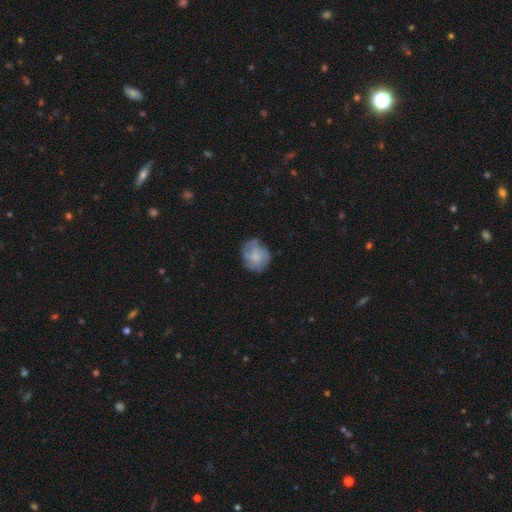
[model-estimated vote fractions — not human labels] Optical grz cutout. It shows a smooth galaxy with no disk features (56%) that is round (72%). Merging: none (65%).